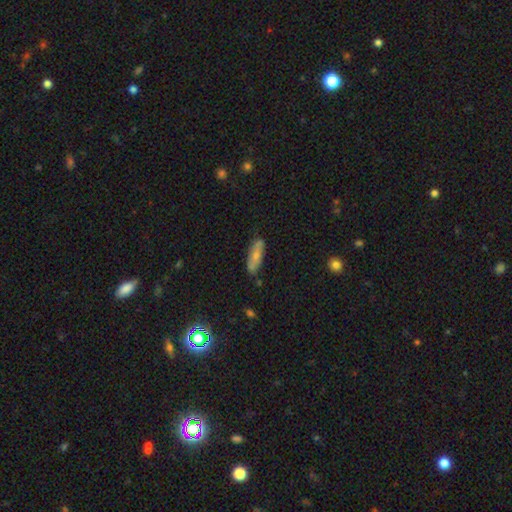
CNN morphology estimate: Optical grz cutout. It shows a smooth galaxy with no disk features (64%) that is in between round and cigar-shaped (55%). Merging: none (75%).